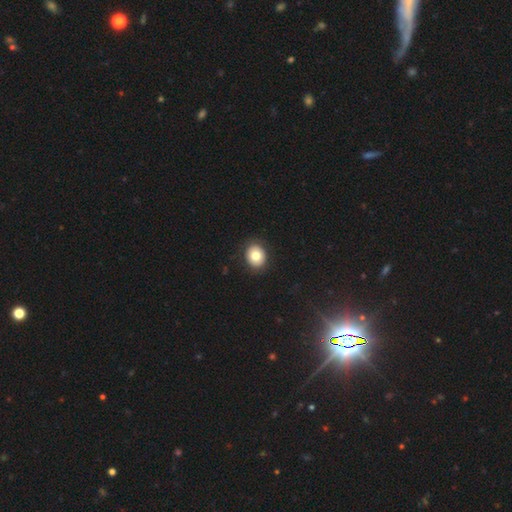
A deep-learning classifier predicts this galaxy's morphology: Smooth or featured?
  - smooth: 80% *
  - featured or disk: 11%
  - star or artifact: 9%
How rounded?
  - round: 60% *
  - in between: 39%
  - cigar-shaped: 1%
Merging?
  - none: 88% *
  - minor disturbance: 8%
  - major disturbance: 3%
  - merger: 1%